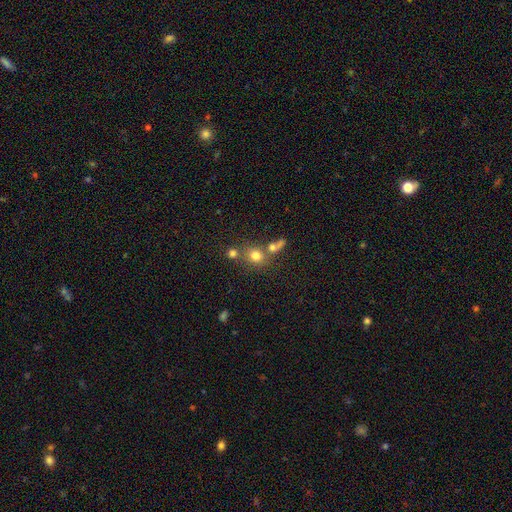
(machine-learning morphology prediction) smooth 73%, star or artifact 15%, featured or disk 11%. Down the decision tree: how rounded — round (75%); merging — none (56%).